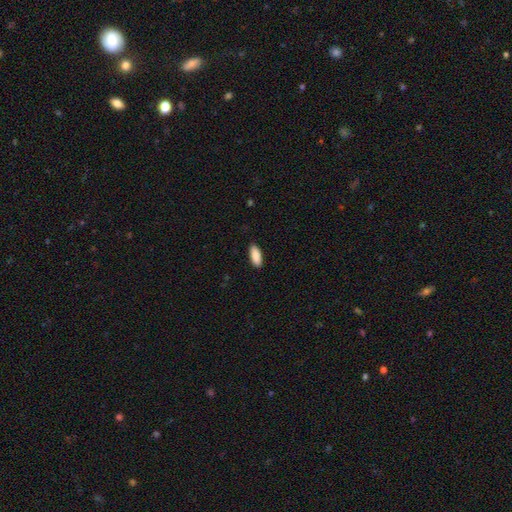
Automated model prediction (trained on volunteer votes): This is clearly a smooth galaxy (91%). How rounded: likely in between (79%). Merging: clearly none (89%).